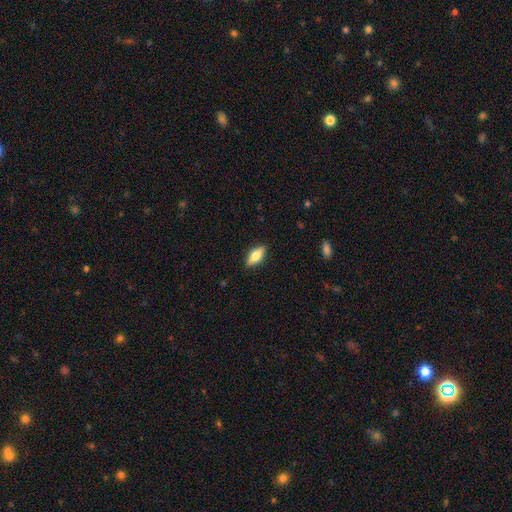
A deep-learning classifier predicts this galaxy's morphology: Smooth or featured? smooth (69%)
How rounded? in between (76%)
Merging? none (87%)